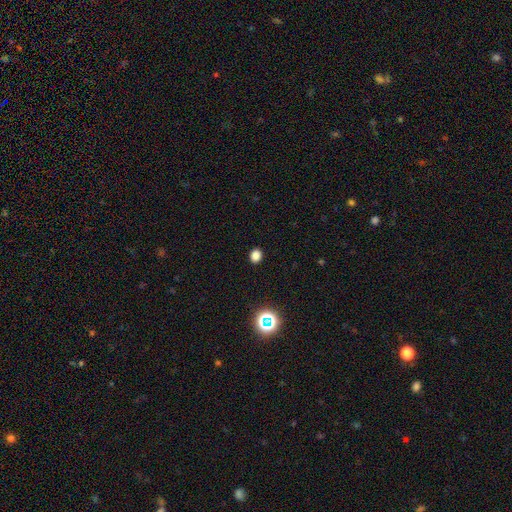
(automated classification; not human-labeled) A smooth galaxy with no disk features (80%) that is round (53%). Merging: none (90%).